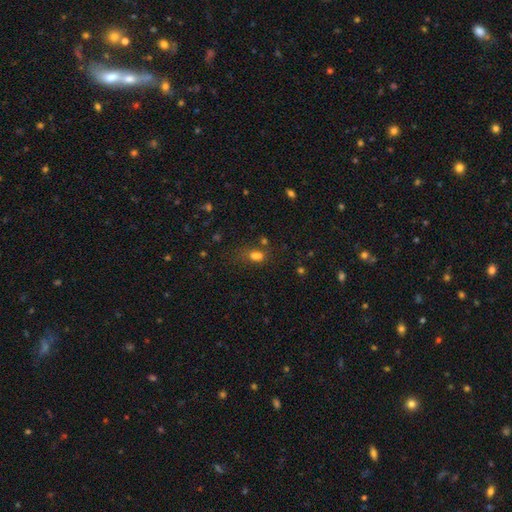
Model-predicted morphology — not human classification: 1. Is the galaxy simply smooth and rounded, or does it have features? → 73% smooth, 17% star or artifact, 10% featured or disk.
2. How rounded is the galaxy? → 69% in between, 28% round, 3% cigar-shaped.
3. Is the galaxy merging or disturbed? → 41% none, 23% merger, 22% minor disturbance, 14% major disturbance.